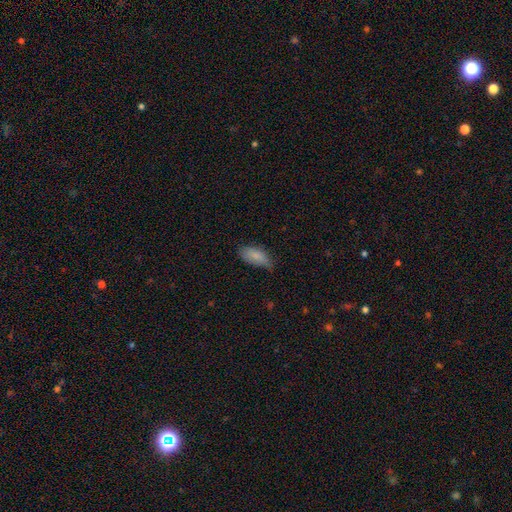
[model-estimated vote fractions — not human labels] Smooth or featured? Predicted: smooth (p=0.83). How rounded? Predicted: in between (p=0.89). Merging? Predicted: none (p=0.55).